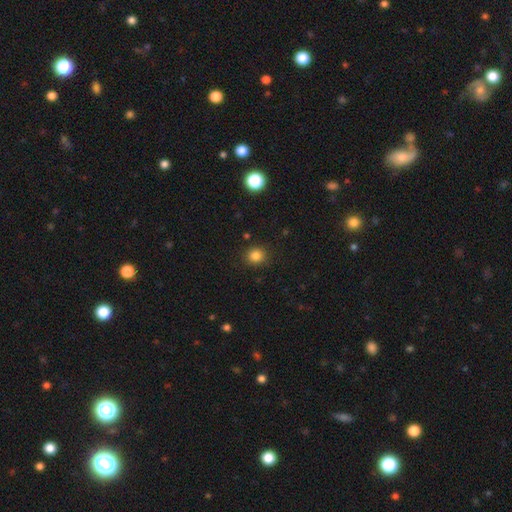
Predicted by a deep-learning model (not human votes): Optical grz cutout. It shows a smooth galaxy with no disk features (84%) that is round (83%). Merging: none (89%).